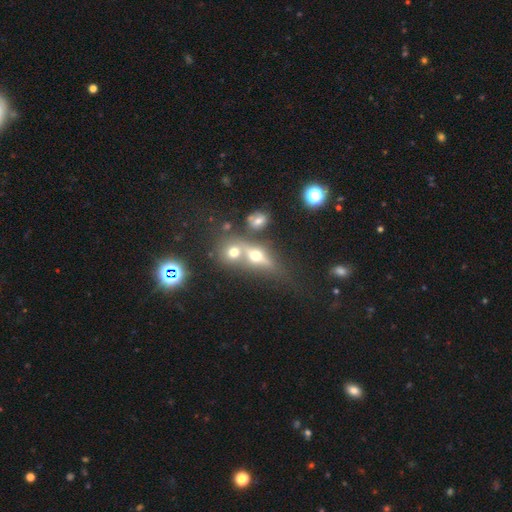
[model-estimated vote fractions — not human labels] Q: Smooth or featured?
A: smooth (43%); runner-up: featured or disk (39%)
Q: Merging?
A: none (43%); runner-up: merger (42%)